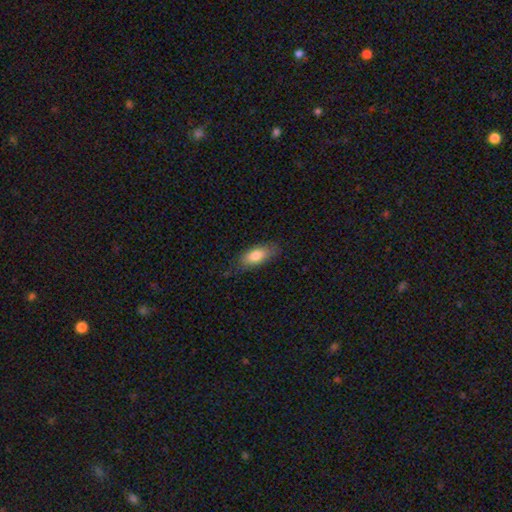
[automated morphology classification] Smooth or featured?
  - smooth: 79% *
  - featured or disk: 14%
  - star or artifact: 6%
How rounded?
  - in between: 84% *
  - cigar-shaped: 13%
  - round: 3%
Merging?
  - none: 75% *
  - minor disturbance: 19%
  - major disturbance: 5%
  - merger: 1%